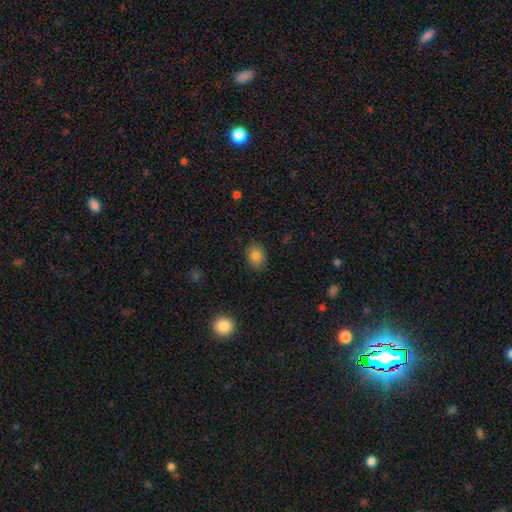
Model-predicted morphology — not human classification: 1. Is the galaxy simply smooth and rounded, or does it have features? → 82% smooth, 9% star or artifact, 8% featured or disk.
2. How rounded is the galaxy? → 67% in between, 32% round, 1% cigar-shaped.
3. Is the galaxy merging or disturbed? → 86% none, 11% minor disturbance, 2% major disturbance, 1% merger.